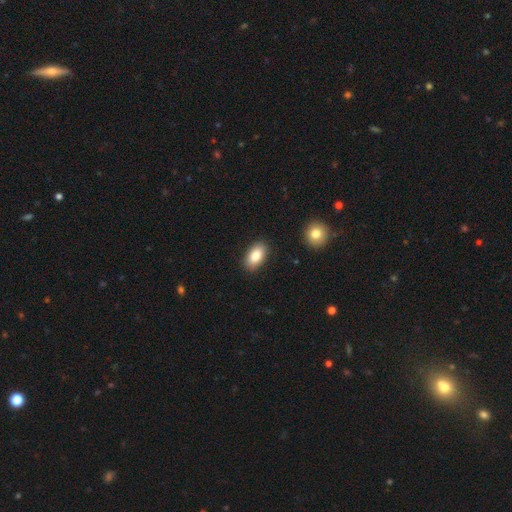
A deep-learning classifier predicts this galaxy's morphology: smooth_or_featured: smooth (p=0.85) [alt: featured or disk p=0.08]
how_rounded: in between (p=0.93) [alt: round p=0.05]
merging: none (p=0.88) [alt: minor disturbance p=0.09]